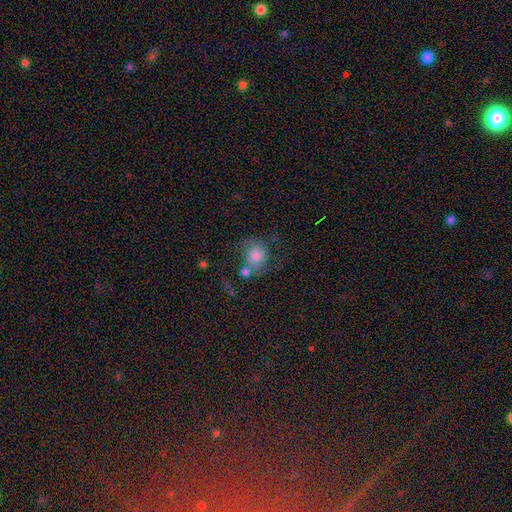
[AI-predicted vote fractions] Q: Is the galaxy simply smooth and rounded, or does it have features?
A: smooth — 56%.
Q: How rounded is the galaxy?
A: round — 70%.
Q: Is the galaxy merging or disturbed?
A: none — 45%.